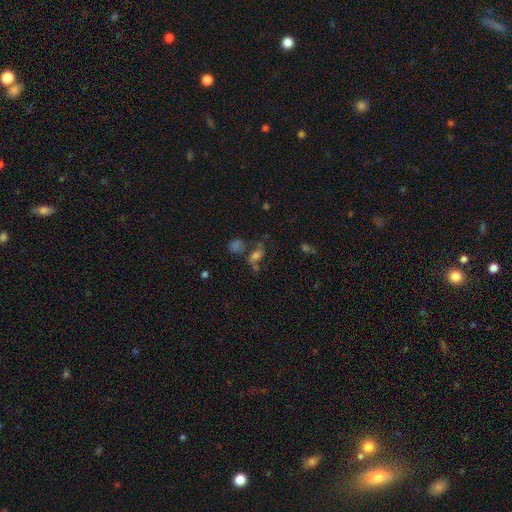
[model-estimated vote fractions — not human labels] Morphology: type=smooth (52%); roundness=in between (71%); merging=none (39%).